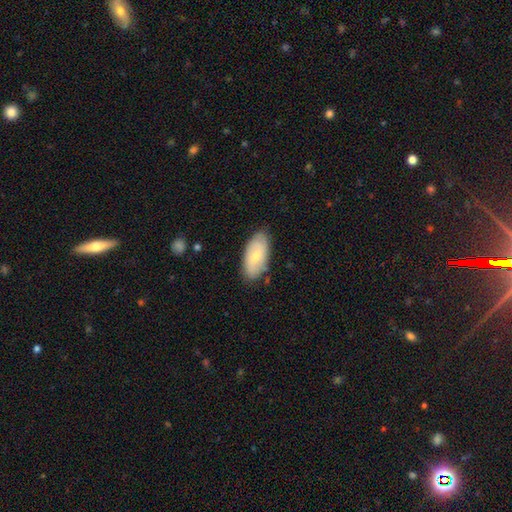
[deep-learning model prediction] The model was most divided on "smooth or featured": smooth: 62%, featured or disk: 32%, star or artifact: 6%. More confident: how rounded — in between (92%); merging — none (81%).